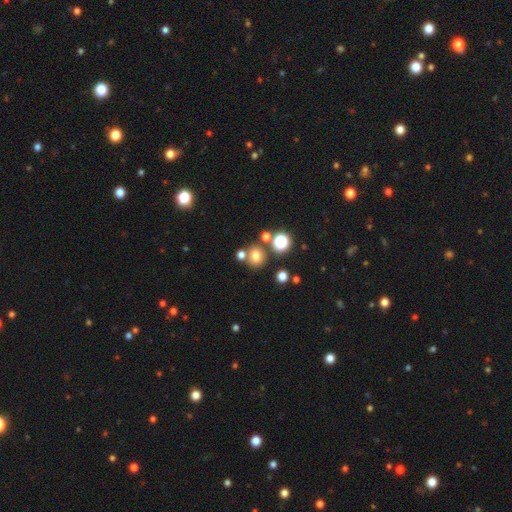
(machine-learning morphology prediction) This is likely a smooth galaxy (70%). How rounded: likely round (79%). Merging: likely none (69%).